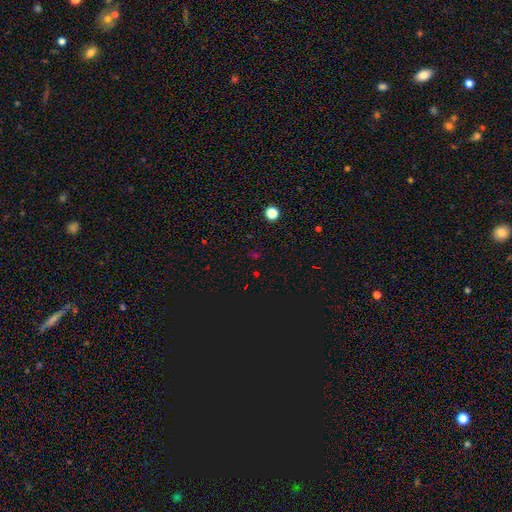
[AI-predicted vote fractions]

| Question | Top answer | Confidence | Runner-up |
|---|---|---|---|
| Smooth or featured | star or artifact | 66% | smooth (28%) |